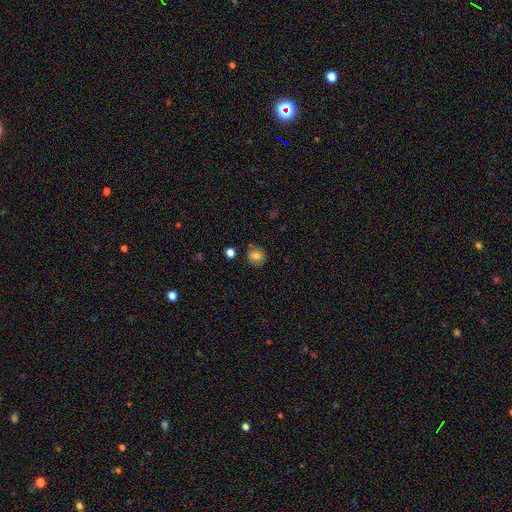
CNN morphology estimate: This is clearly a smooth galaxy (80%). How rounded: clearly round (88%). Merging: clearly none (81%).